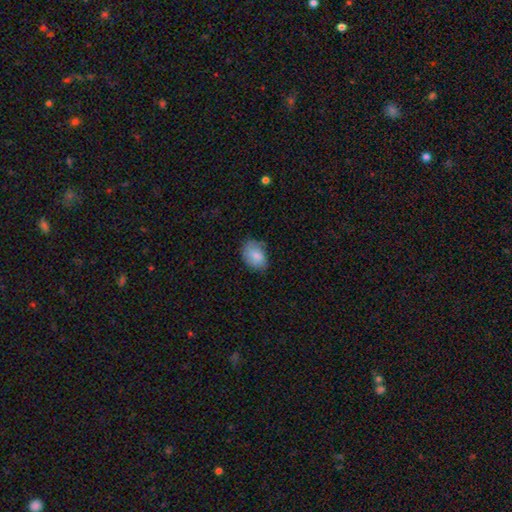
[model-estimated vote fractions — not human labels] smooth-or-featured: smooth: 81% | featured or disk: 12% | star or artifact: 7%
  how-rounded: in between: 81% | round: 18% | cigar-shaped: 1%
  merging: none: 67% | minor disturbance: 26% | major disturbance: 6% | merger: 1%